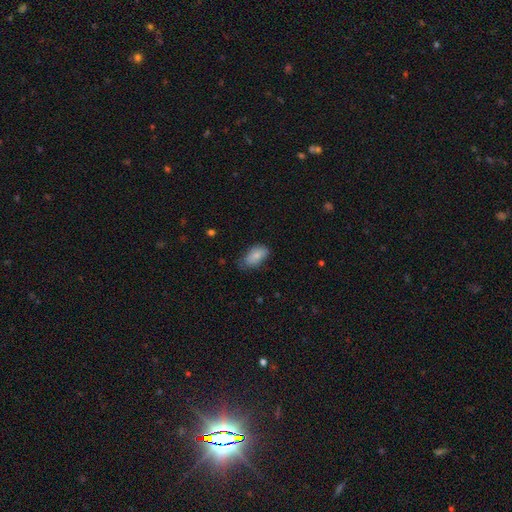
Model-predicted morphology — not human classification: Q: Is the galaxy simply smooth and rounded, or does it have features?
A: smooth — 82%.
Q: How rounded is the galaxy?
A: in between — 93%.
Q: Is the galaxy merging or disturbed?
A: none — 63%.